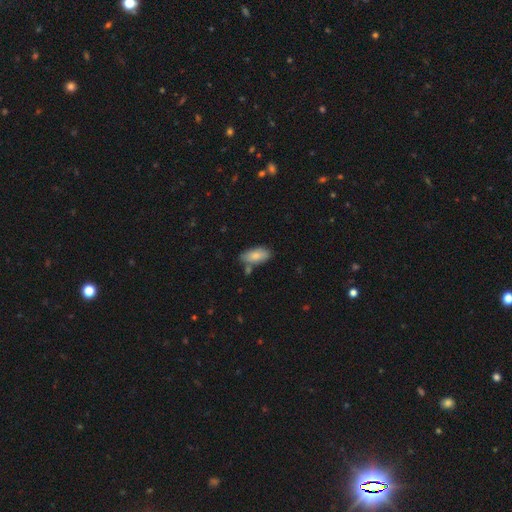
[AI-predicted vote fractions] The model was most divided on "merging": none: 69%, minor disturbance: 18%, merger: 10%, major disturbance: 4%. More confident: how rounded — in between (88%); smooth or featured — smooth (82%).